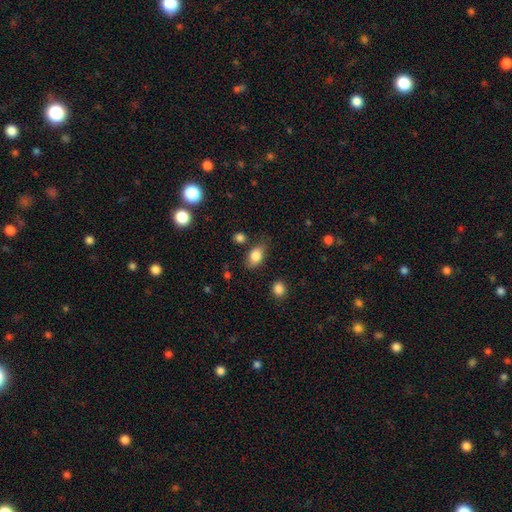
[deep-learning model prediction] Smooth or featured? Predicted: smooth (p=0.83). How rounded? Predicted: in between (p=0.85). Merging? Predicted: none (p=0.74).